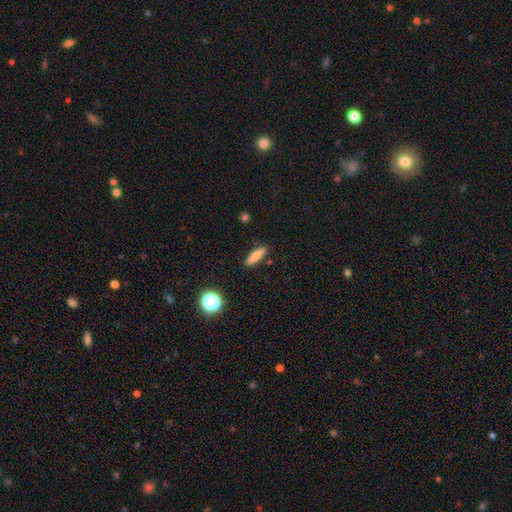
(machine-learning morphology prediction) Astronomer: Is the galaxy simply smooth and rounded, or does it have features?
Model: smooth — 75%.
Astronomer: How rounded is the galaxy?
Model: cigar-shaped — 64%.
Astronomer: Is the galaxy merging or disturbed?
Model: none — 89%.